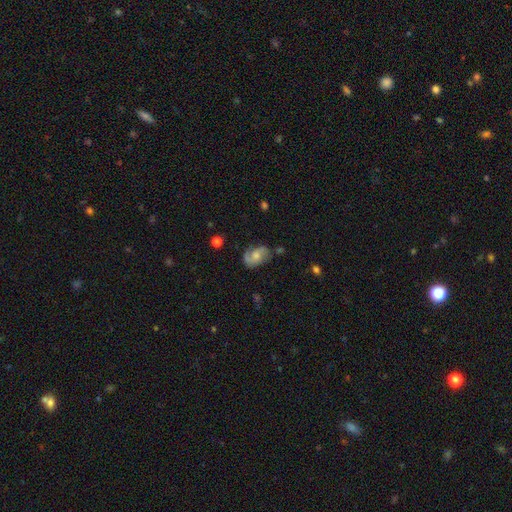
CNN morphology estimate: Smooth or featured? featured or disk (61%)
Edge-on disk? no (96%)
Bar? no (59%)
Spiral arms? yes (88%)
Spiral winding? medium (42%)
Spiral arm count? 2 (80%)
Bulge size? moderate (48%)
Merging? none (63%)